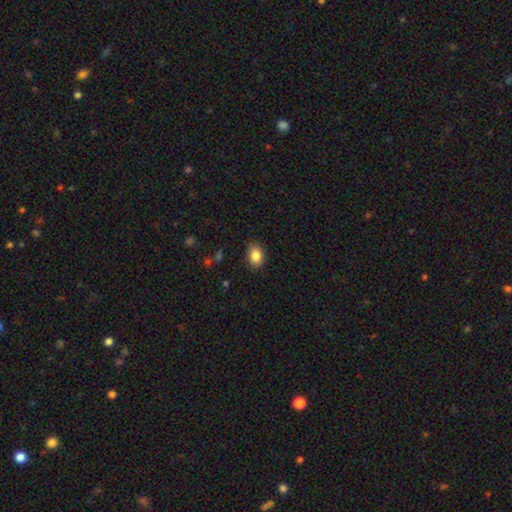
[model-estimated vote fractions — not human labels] Smooth or featured: smooth — 86% (star or artifact — 8%)
How rounded: in between — 82% (round — 17%)
Merging: none — 85% (minor disturbance — 11%)